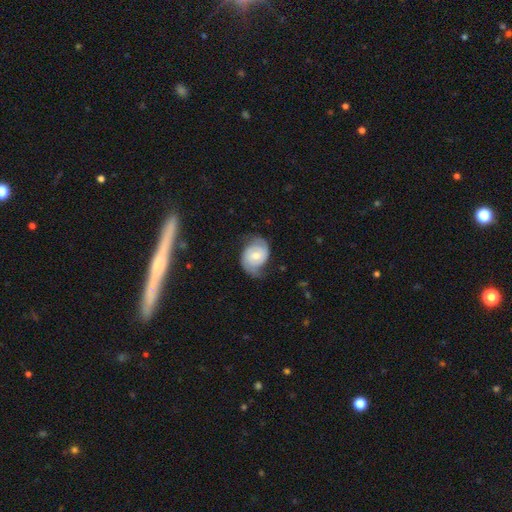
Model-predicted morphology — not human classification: A featured or disk galaxy (71%) with no bar (55%), 2 (85%) medium (40%) spiral arms (91%) and a moderate central bulge (57%). Merging: none (63%).